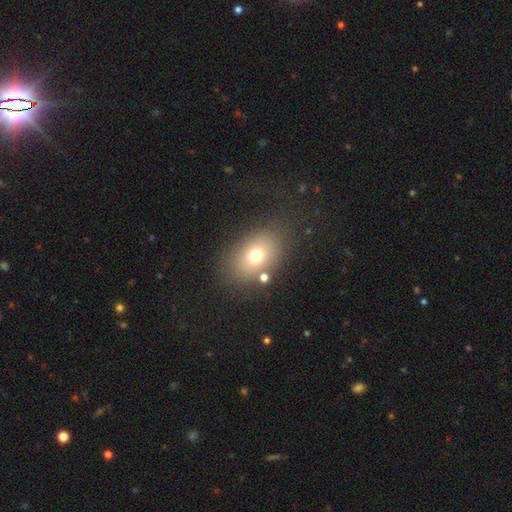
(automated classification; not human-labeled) Smooth or featured? Predicted: smooth (p=0.71). How rounded? Predicted: in between (p=0.76). Merging? Predicted: none (p=0.73).